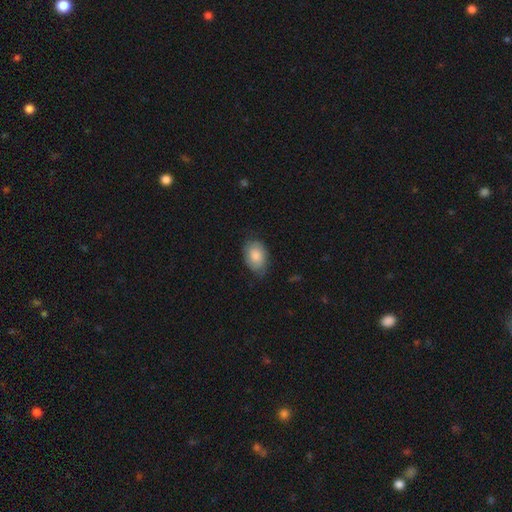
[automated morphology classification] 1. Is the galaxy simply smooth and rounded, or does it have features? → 81% smooth, 12% featured or disk, 6% star or artifact.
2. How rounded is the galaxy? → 83% in between, 15% round, 1% cigar-shaped.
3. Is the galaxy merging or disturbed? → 69% none, 25% minor disturbance, 5% major disturbance, 1% merger.